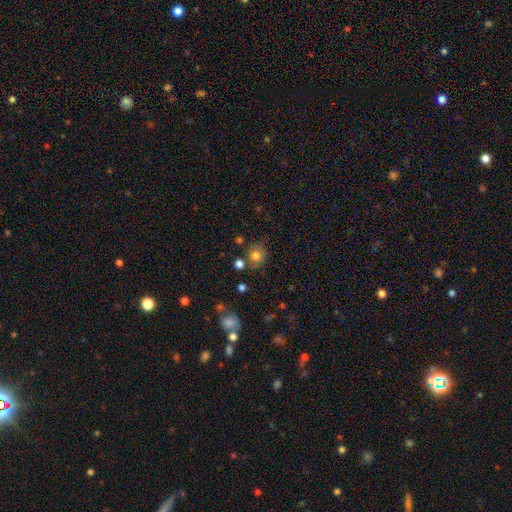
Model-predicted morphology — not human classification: Smooth or featured? smooth (77%)
How rounded? round (78%)
Merging? none (69%)